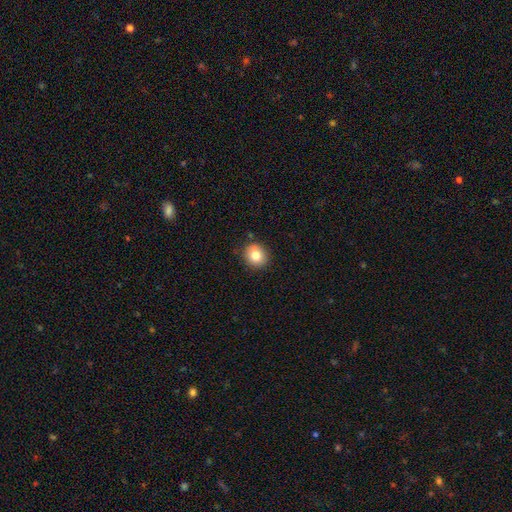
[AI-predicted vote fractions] smooth_or_featured: smooth (p=0.80) [alt: star or artifact p=0.10]
how_rounded: round (p=0.81) [alt: in between p=0.18]
merging: none (p=0.86) [alt: minor disturbance p=0.10]